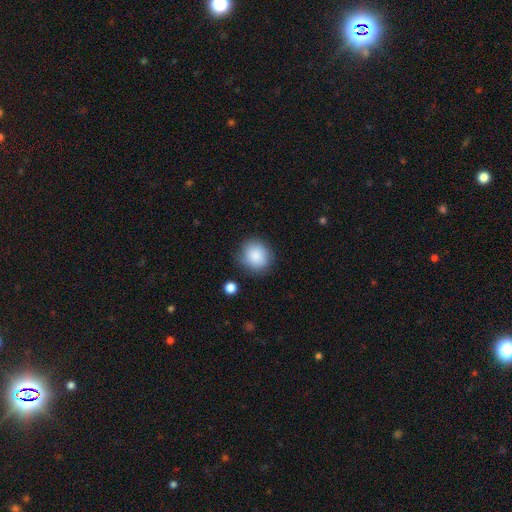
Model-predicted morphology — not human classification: type=smooth (87%); roundness=round (78%); merging=none (80%).